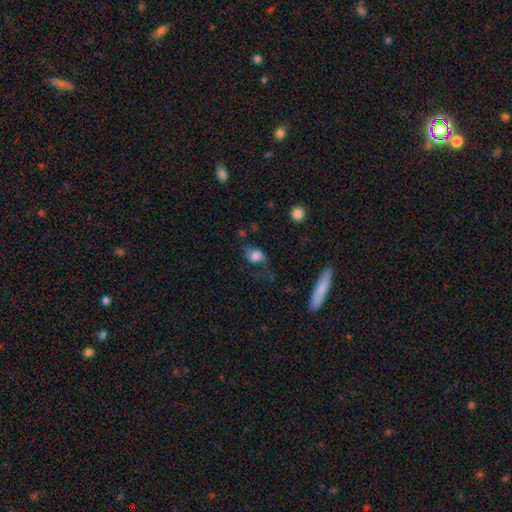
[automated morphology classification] Smooth or featured? Predicted: smooth (p=0.59). How rounded? Predicted: in between (p=0.62). Merging? Predicted: none (p=0.43).